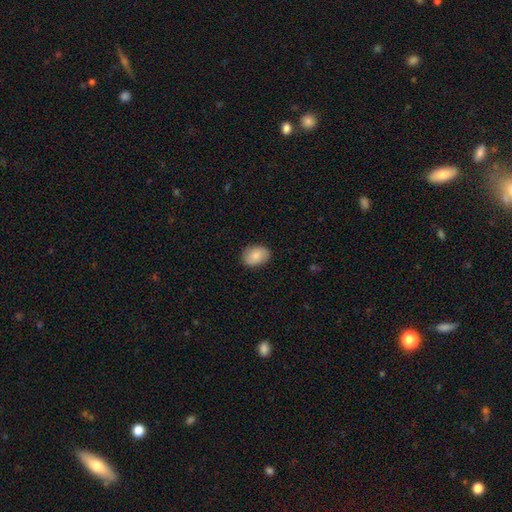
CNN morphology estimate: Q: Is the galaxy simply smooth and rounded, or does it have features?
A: smooth — 77%.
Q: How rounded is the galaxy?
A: in between — 75%.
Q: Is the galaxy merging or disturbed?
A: none — 84%.